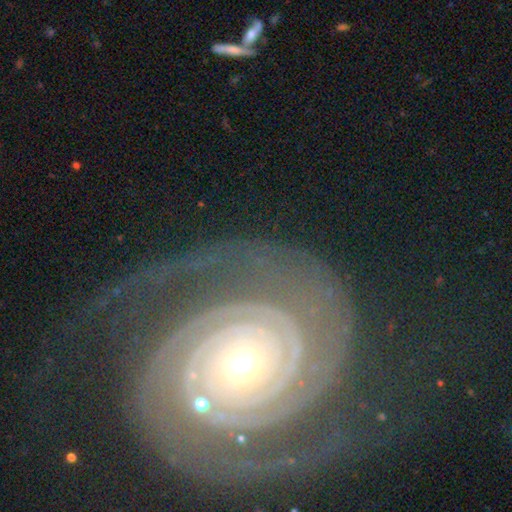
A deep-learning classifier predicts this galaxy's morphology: This is clearly a featured or disk galaxy (92%). It is clearly not viewed edge-on (98%). Bar: likely no (76%). Spiral arm pattern: clearly yes (99%). Spiral arm count: likely 2 (65%). Spiral winding: clearly tight (87%). Central bulge: possibly small (52%). Merging: likely none (72%).